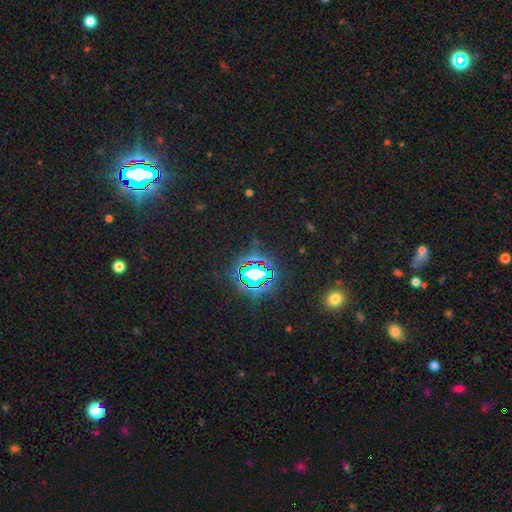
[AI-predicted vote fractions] A star or artifact, not a galaxy (82%).